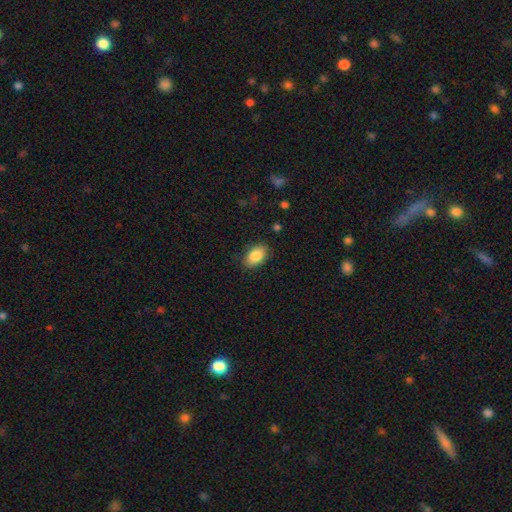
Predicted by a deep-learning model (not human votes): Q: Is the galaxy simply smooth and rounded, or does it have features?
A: smooth — 85%.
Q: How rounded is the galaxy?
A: in between — 89%.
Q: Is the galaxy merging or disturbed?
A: none — 86%.